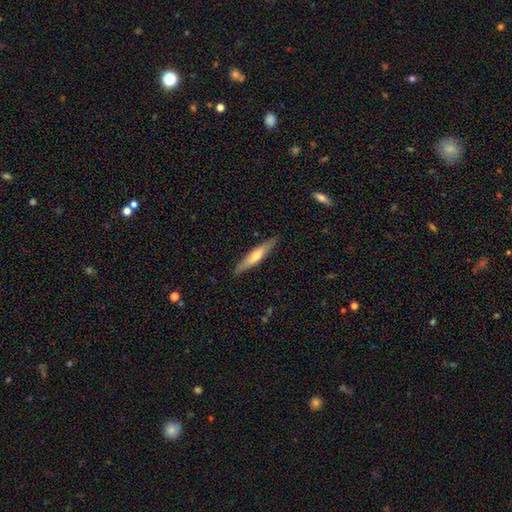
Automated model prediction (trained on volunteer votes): smooth 49%, featured or disk 46%, star or artifact 6%. Down the decision tree: merging — none (88%).